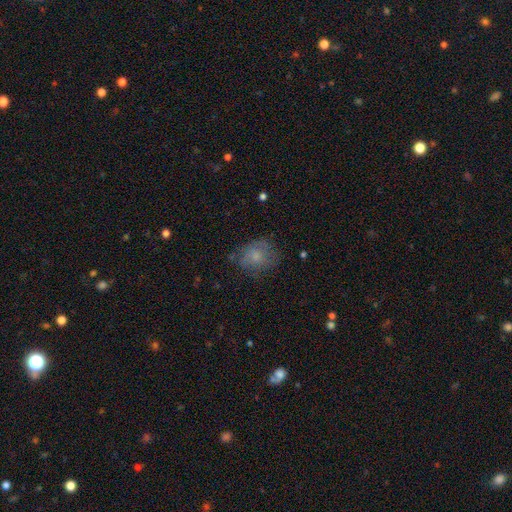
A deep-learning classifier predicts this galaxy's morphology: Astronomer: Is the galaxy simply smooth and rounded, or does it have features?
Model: smooth — 67%.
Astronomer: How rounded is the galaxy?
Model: round — 55% (runner-up: in between, 44%).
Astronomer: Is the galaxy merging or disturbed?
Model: none — 60%.